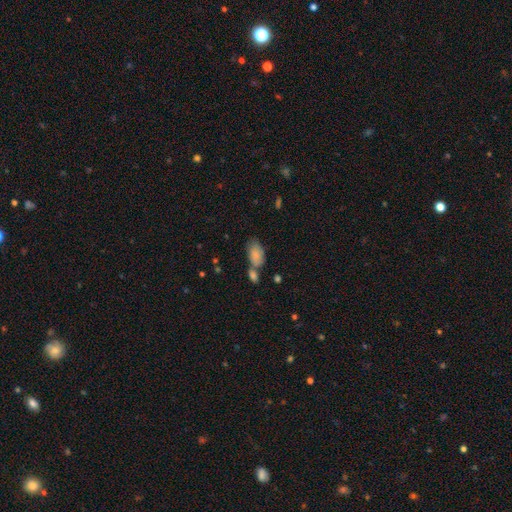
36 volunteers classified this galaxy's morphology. Smooth or featured? 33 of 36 (92%) said smooth. How rounded? 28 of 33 (85%) said in between. Merging? 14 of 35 (40%, tied with merger) said none.